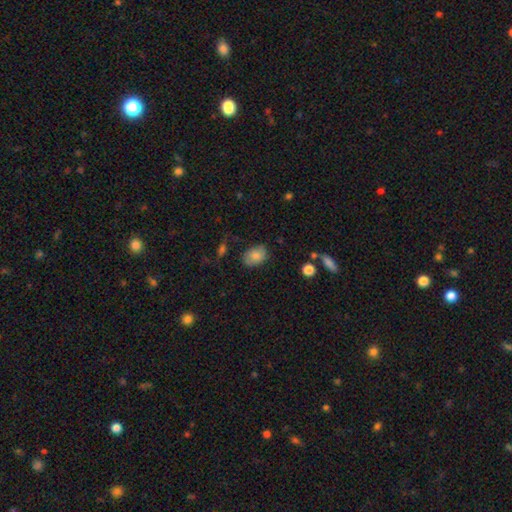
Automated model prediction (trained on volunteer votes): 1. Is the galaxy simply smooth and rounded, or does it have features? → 82% smooth, 10% featured or disk, 8% star or artifact.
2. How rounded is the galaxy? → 80% in between, 19% round, 1% cigar-shaped.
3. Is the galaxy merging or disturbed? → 76% none, 17% minor disturbance, 4% major disturbance, 2% merger.